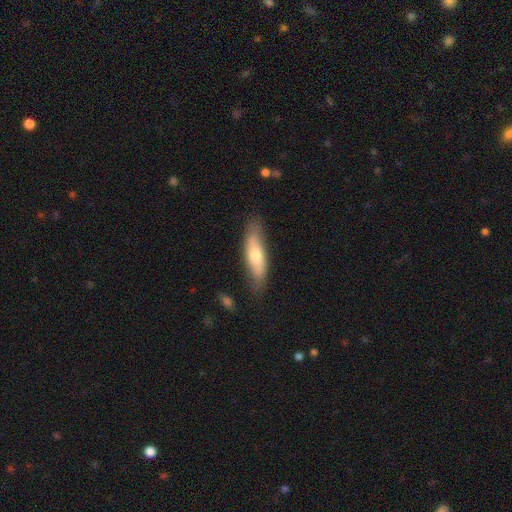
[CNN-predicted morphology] Smooth or featured: smooth — 58% (featured or disk — 36%)
How rounded: cigar-shaped — 55% (in between — 42%)
Merging: none — 77% (minor disturbance — 17%)